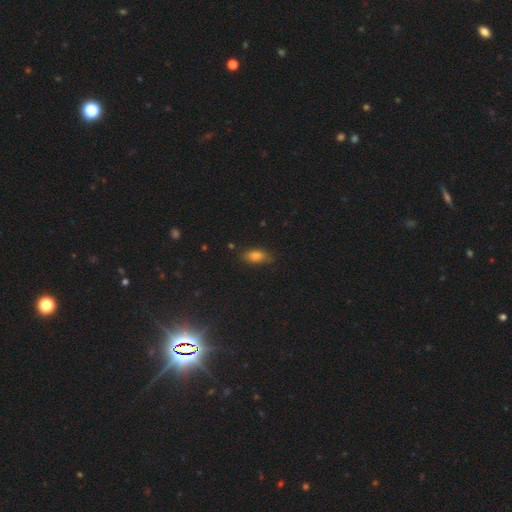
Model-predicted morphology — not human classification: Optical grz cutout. It shows a smooth galaxy with no disk features (77%) that is in between round and cigar-shaped (81%). Merging: none (77%).